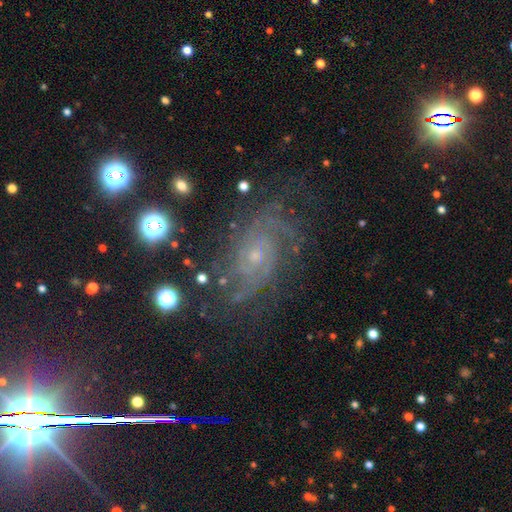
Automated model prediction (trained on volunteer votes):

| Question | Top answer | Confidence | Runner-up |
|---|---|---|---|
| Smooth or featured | featured or disk | 84% | star or artifact (10%) |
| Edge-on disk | no | 96% | yes (4%) |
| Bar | no | 71% | weak (24%) |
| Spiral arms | yes | 97% | no (3%) |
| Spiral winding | tight | 59% | medium (34%) |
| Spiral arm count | can't tell | 30% | 2 (28%) |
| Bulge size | small | 66% | moderate (29%) |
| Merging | none | 71% | minor disturbance (18%) |